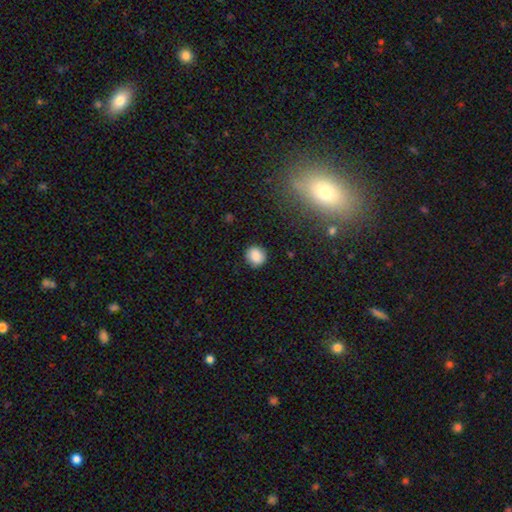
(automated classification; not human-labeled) Morphology: type=smooth (84%); roundness=round (86%); merging=none (88%).